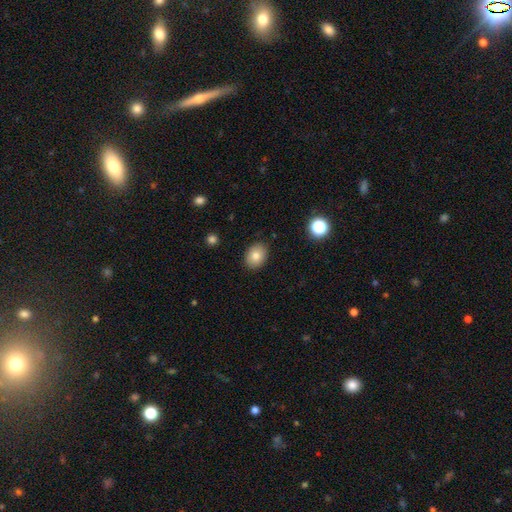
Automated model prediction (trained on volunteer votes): Smooth or featured? smooth (81%)
How rounded? in between (66%)
Merging? none (88%)